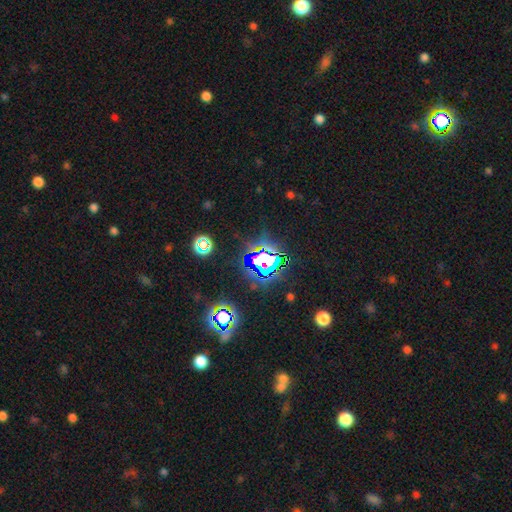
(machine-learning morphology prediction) The model was most divided on "smooth or featured": star or artifact: 74%, smooth: 16%, featured or disk: 10%.